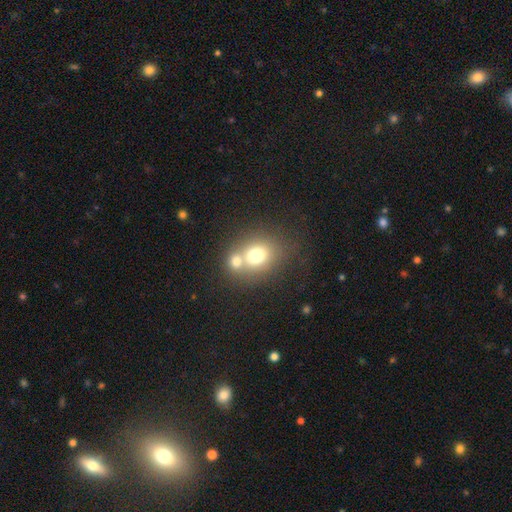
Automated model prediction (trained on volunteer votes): Smooth or featured? smooth (71%)
How rounded? round (59%)
Merging? merger (53%)